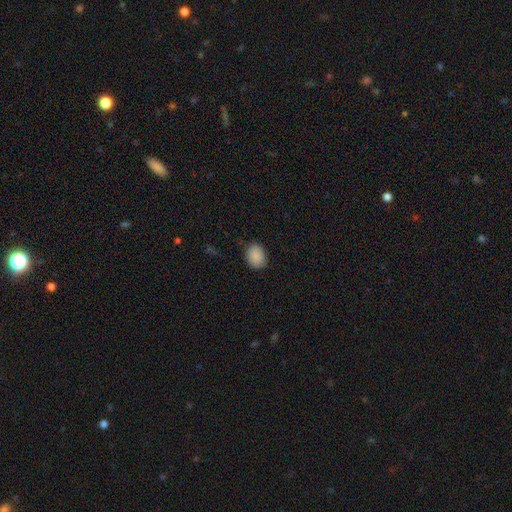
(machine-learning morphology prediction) Smooth or featured: smooth — 89% (star or artifact — 8%)
How rounded: in between — 58% (round — 41%)
Merging: none — 84% (minor disturbance — 12%)